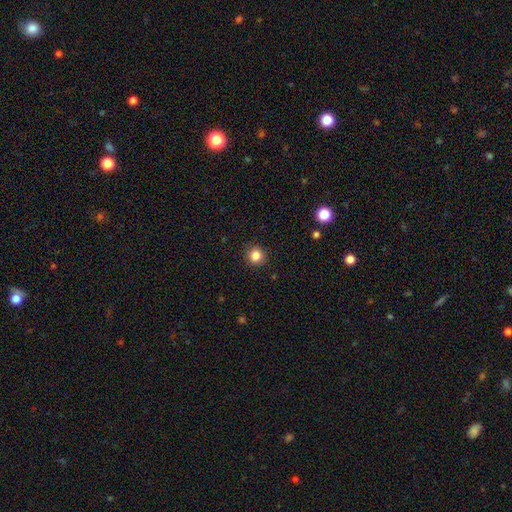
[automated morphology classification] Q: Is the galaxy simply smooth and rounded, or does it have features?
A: smooth — 84%.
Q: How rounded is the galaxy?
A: round — 93%.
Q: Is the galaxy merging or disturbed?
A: none — 92%.